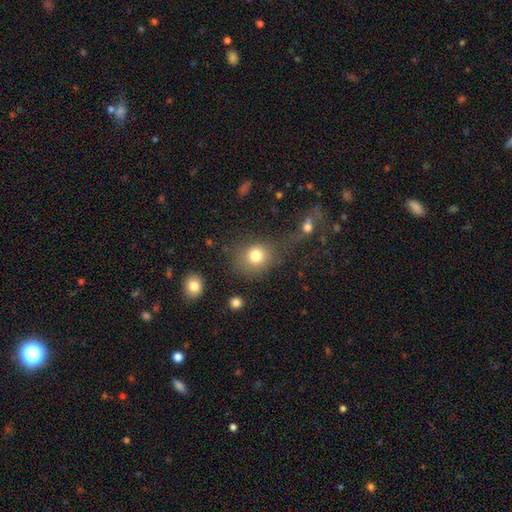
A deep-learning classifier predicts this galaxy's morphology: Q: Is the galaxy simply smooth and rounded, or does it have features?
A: smooth — 80%.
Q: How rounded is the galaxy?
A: round — 77%.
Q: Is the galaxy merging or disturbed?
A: none — 63%.